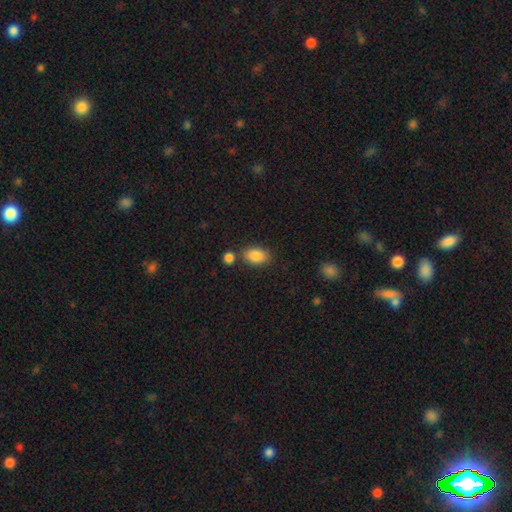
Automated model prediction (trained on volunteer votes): Smooth or featured? Predicted: smooth (p=0.86). How rounded? Predicted: in between (p=0.87). Merging? Predicted: none (p=0.71).